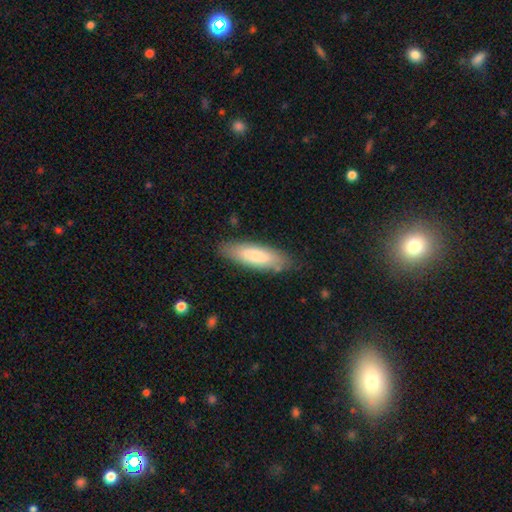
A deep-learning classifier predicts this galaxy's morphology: Q: Smooth or featured?
A: smooth (80%); runner-up: featured or disk (14%)
Q: How rounded?
A: in between (51%); runner-up: cigar-shaped (47%)
Q: Merging?
A: none (83%); runner-up: minor disturbance (13%)